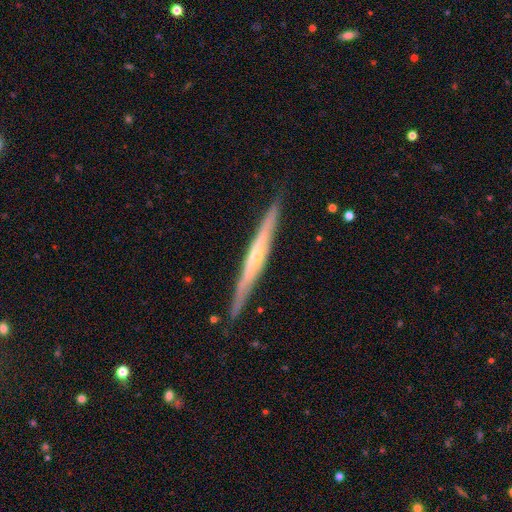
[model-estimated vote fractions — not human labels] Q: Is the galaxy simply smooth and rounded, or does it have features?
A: featured or disk — 75%.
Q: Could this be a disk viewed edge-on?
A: yes — 97%.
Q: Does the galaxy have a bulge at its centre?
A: rounded — 62%.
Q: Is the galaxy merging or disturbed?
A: none — 90%.